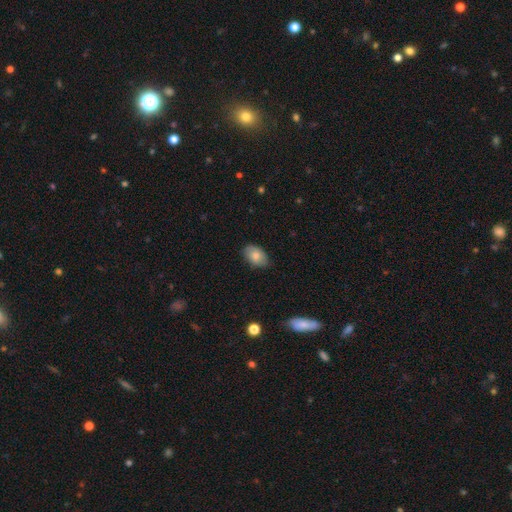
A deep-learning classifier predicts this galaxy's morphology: smooth-or-featured: smooth: 79% | featured or disk: 14% | star or artifact: 7%
  how-rounded: in between: 89% | round: 9% | cigar-shaped: 1%
  merging: none: 78% | minor disturbance: 18% | major disturbance: 3% | merger: 1%